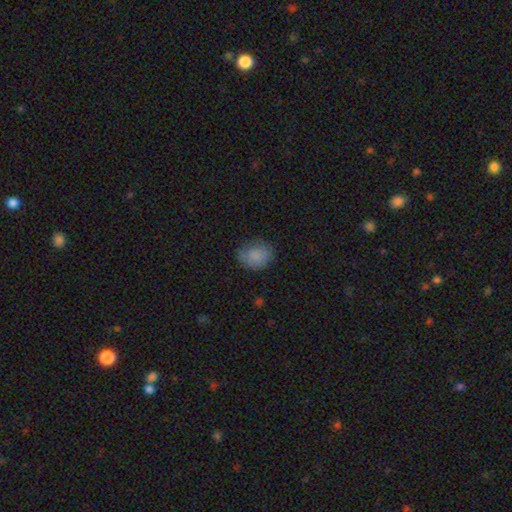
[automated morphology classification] Smooth or featured?
  - smooth: 83% *
  - star or artifact: 9%
  - featured or disk: 8%
How rounded?
  - in between: 51% *
  - round: 48%
  - cigar-shaped: 1%
Merging?
  - none: 70% *
  - minor disturbance: 23%
  - major disturbance: 6%
  - merger: 1%